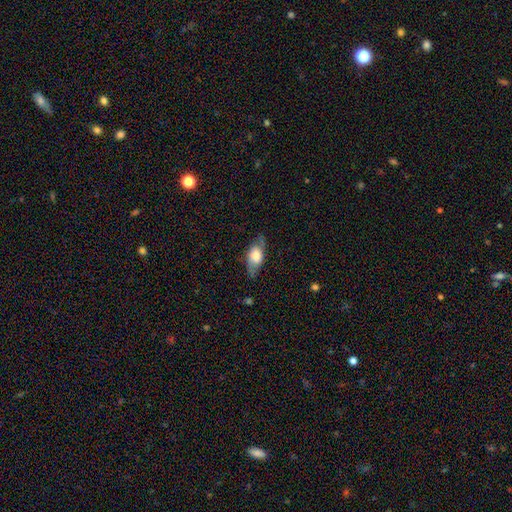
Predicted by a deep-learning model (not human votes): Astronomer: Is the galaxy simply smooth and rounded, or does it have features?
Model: smooth — 50% (runner-up: featured or disk, 43%).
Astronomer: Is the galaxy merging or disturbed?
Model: none — 73%.